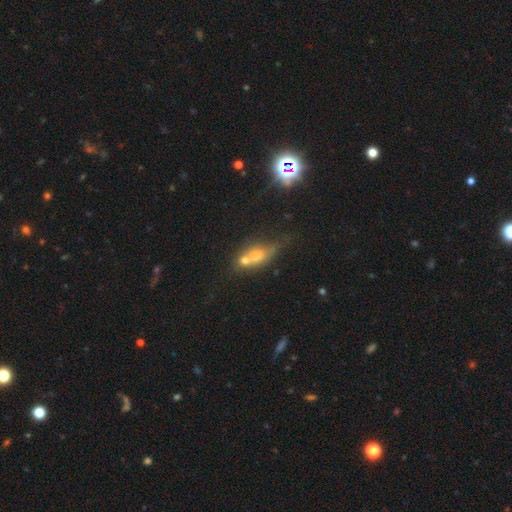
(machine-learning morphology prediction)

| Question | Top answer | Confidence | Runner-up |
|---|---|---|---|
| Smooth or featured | smooth | 51% | featured or disk (29%) |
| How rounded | in between | 58% | round (22%) |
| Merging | merger | 40% | none (32%) |